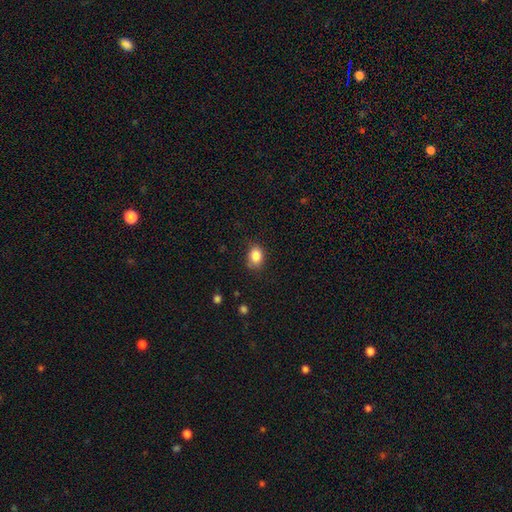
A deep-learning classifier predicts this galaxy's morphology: A smooth galaxy with no disk features (86%) that is in between round and cigar-shaped (64%).

Vote fractions:
- Smooth or featured? smooth: 86% / star or artifact: 9% / featured or disk: 5%
- How rounded? in between: 64% / round: 35% / cigar-shaped: 1%
- Merging? none: 78% / minor disturbance: 17% / major disturbance: 4% / merger: 1%